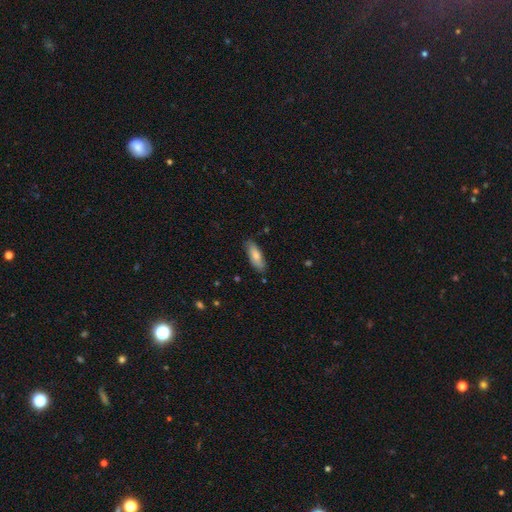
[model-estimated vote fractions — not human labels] Smooth or featured?
  - smooth: 73% *
  - featured or disk: 21%
  - star or artifact: 6%
How rounded?
  - in between: 63% *
  - cigar-shaped: 35%
  - round: 2%
Merging?
  - none: 82% *
  - minor disturbance: 15%
  - major disturbance: 2%
  - merger: 1%